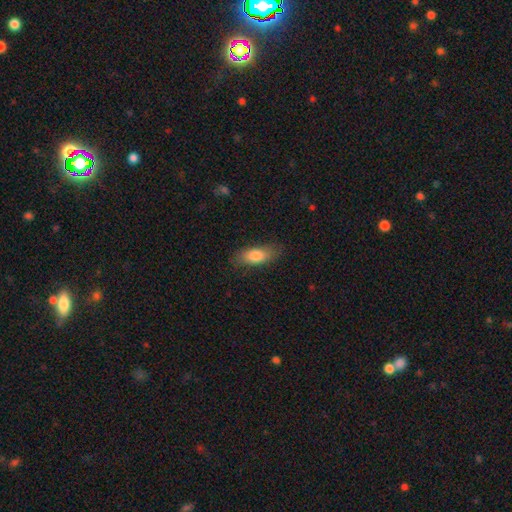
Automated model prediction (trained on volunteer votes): Smooth or featured?
  - smooth: 80% *
  - featured or disk: 13%
  - star or artifact: 7%
How rounded?
  - in between: 78% *
  - cigar-shaped: 18%
  - round: 3%
Merging?
  - none: 80% *
  - minor disturbance: 15%
  - major disturbance: 4%
  - merger: 1%